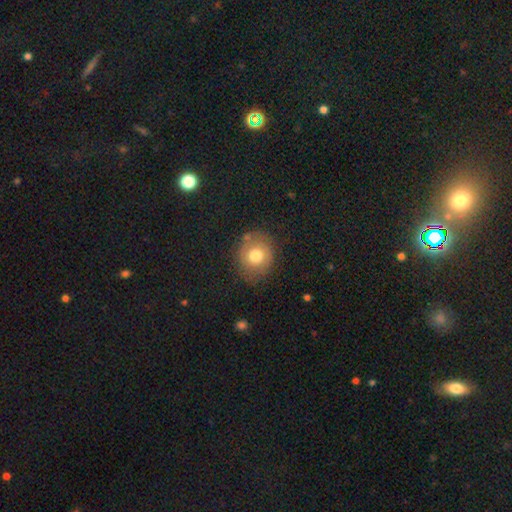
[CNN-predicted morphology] Smooth or featured? Predicted: smooth (p=0.72). How rounded? Predicted: round (p=0.80). Merging? Predicted: none (p=0.79).